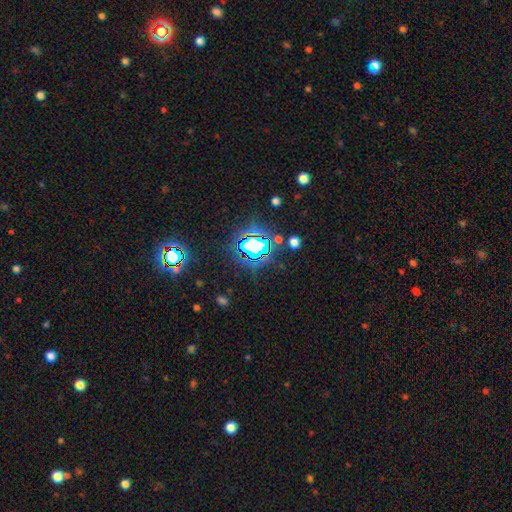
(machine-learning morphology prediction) Smooth or featured?
  - star or artifact: 77% *
  - smooth: 14%
  - featured or disk: 9%